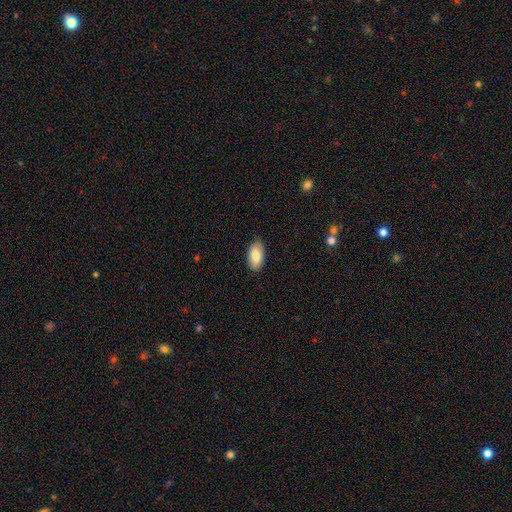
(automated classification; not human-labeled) Q: Smooth or featured?
A: smooth (81%); runner-up: featured or disk (12%)
Q: How rounded?
A: in between (94%); runner-up: cigar-shaped (4%)
Q: Merging?
A: none (85%); runner-up: minor disturbance (12%)